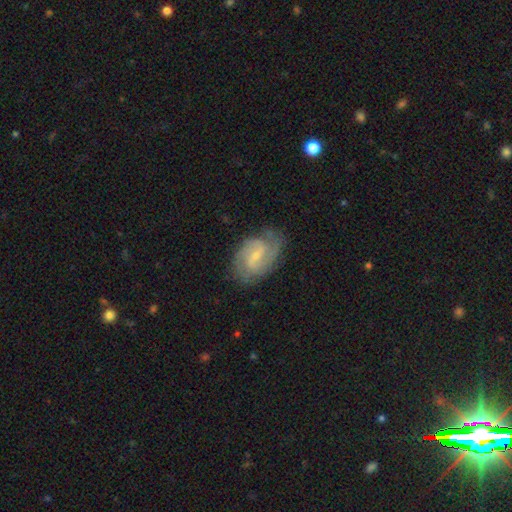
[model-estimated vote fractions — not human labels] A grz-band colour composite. It shows a featured or disk galaxy (82%) with a weak bar (58%), 2 (65%) medium (49%) spiral arms (95%) and a small central bulge (71%). Merging: none (73%).